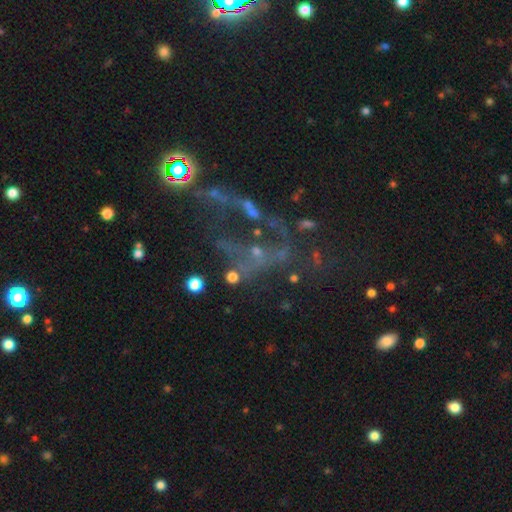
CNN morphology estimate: The model was most divided on "merging": major disturbance: 38%, none: 32%, merger: 17%, minor disturbance: 12%. Remaining: smooth or featured — featured or disk (46%).